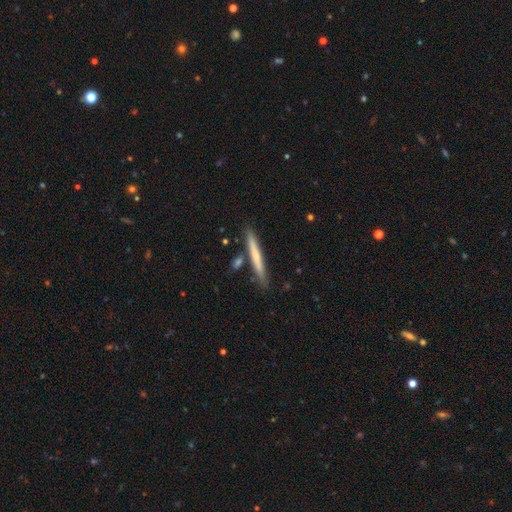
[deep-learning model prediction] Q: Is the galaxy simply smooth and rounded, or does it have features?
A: smooth — 56%.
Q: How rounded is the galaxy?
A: cigar-shaped — 96%.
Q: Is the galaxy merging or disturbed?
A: none — 83%.